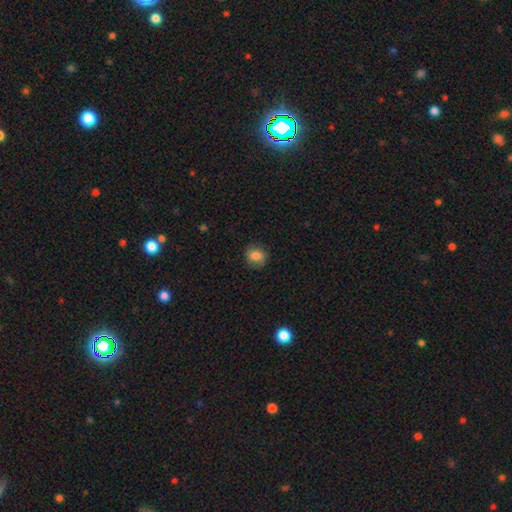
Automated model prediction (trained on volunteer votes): A smooth galaxy with no disk features (80%) that is round (67%).

Vote fractions:
- Smooth or featured? smooth: 80% / featured or disk: 10% / star or artifact: 10%
- How rounded? round: 67% / in between: 32% / cigar-shaped: 1%
- Merging? none: 83% / minor disturbance: 13% / major disturbance: 3% / merger: 1%